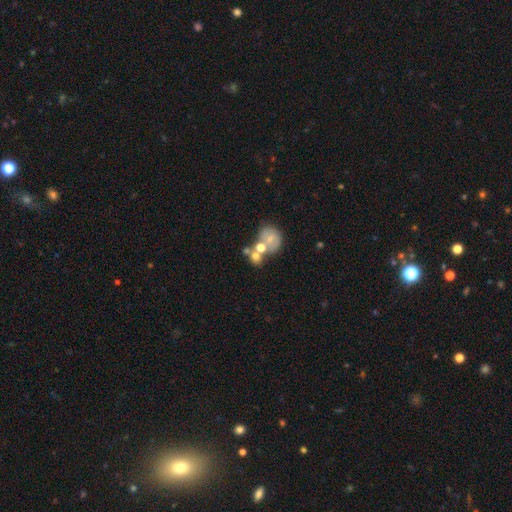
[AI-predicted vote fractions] The model was most divided on "merging": merger: 52%, none: 31%, minor disturbance: 10%, major disturbance: 8%. More confident: how rounded — round (67%); smooth or featured — smooth (58%).